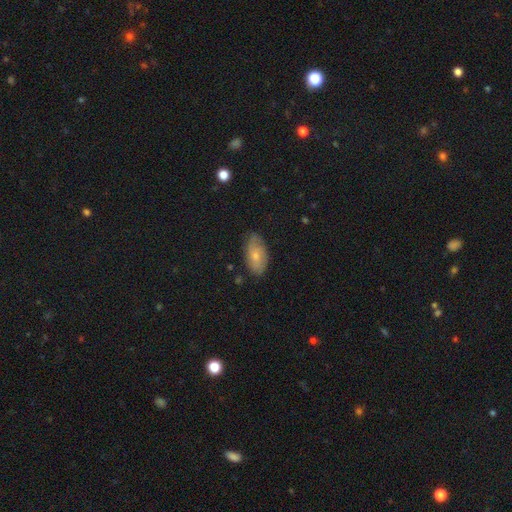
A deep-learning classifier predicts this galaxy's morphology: Smooth or featured? Predicted: smooth (p=0.63). How rounded? Predicted: in between (p=0.92). Merging? Predicted: none (p=0.73).